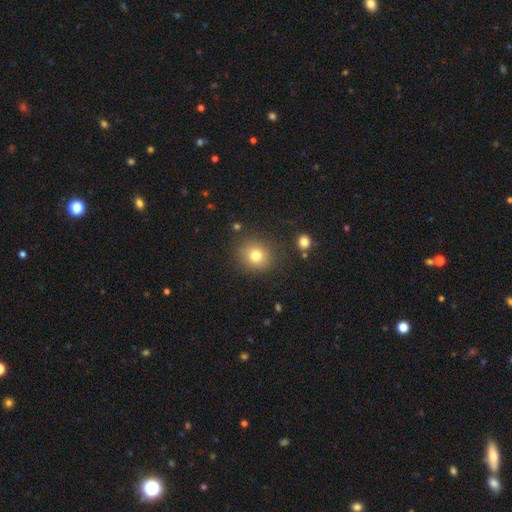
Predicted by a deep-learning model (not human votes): Smooth or featured? Predicted: smooth (p=0.77). How rounded? Predicted: round (p=0.83). Merging? Predicted: none (p=0.85).